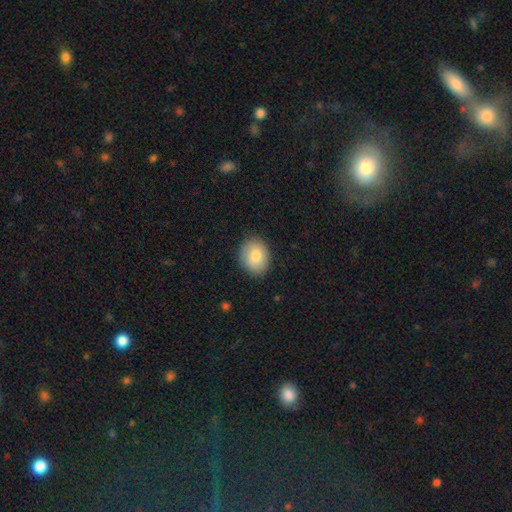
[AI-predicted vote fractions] The model was most divided on "how rounded": round: 50%, in between: 49%, cigar-shaped: 1%. More confident: merging — none (86%); smooth or featured — smooth (82%).